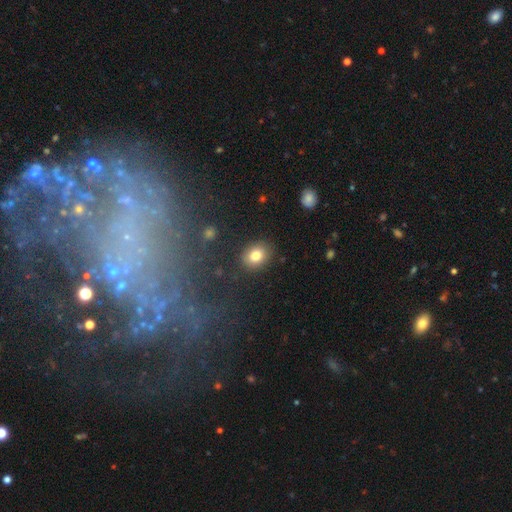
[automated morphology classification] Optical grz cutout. It shows a smooth galaxy with no disk features (80%) that is round (50%). Merging: none (87%).